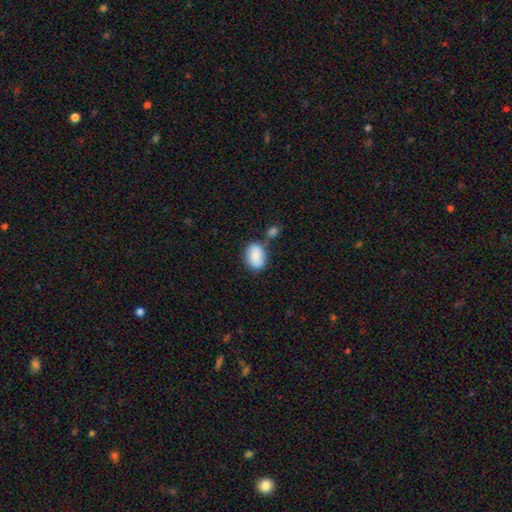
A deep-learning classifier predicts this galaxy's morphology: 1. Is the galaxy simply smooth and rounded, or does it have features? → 83% smooth, 10% featured or disk, 7% star or artifact.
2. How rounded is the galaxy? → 81% in between, 17% round, 1% cigar-shaped.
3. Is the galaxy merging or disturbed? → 55% none, 20% minor disturbance, 19% merger, 6% major disturbance.